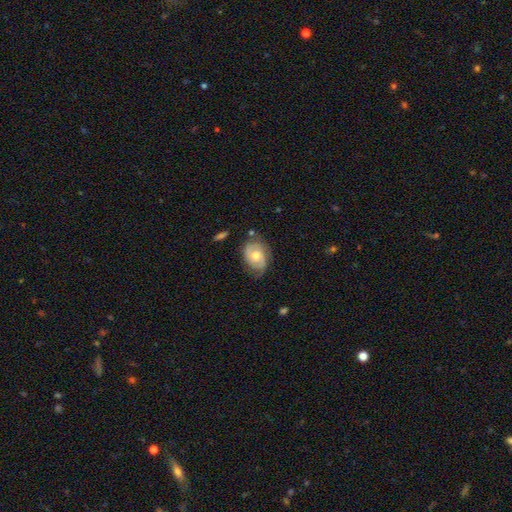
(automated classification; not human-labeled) smooth-or-featured: featured or disk: 68% | smooth: 25% | star or artifact: 7%
  disk-edge-on: no: 96% | yes: 4%
    bar: no: 71% | weak: 25% | strong: 4%
    has-spiral-arms: yes: 88% | no: 12%
      spiral-winding: tight: 45% | medium: 39% | loose: 15%
      spiral-arm-count: 2: 73% | can't tell: 14% | 1: 5% | 3: 4% | 4: 1% | more than 4: 1%
    bulge-size: moderate: 69% | small: 25% | large: 4% | none: 1% | dominant: 1%
  merging: none: 67% | minor disturbance: 23% | major disturbance: 7% | merger: 3%